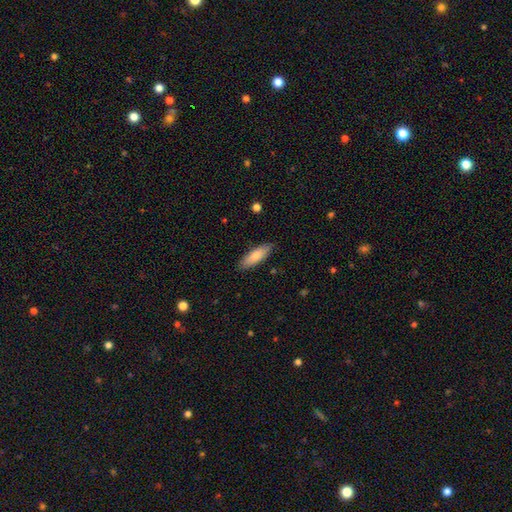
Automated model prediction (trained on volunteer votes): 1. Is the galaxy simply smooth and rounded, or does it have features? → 79% smooth, 16% featured or disk, 6% star or artifact.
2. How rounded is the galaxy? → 55% in between, 43% cigar-shaped, 2% round.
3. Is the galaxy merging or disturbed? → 87% none, 10% minor disturbance, 2% major disturbance, 1% merger.